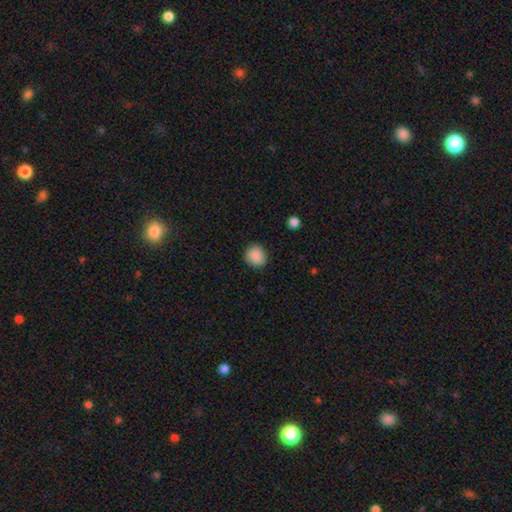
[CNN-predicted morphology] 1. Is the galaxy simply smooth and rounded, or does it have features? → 87% smooth, 8% star or artifact, 5% featured or disk.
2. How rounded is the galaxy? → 86% round, 14% in between, 1% cigar-shaped.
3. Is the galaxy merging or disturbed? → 86% none, 10% minor disturbance, 3% major disturbance, 1% merger.